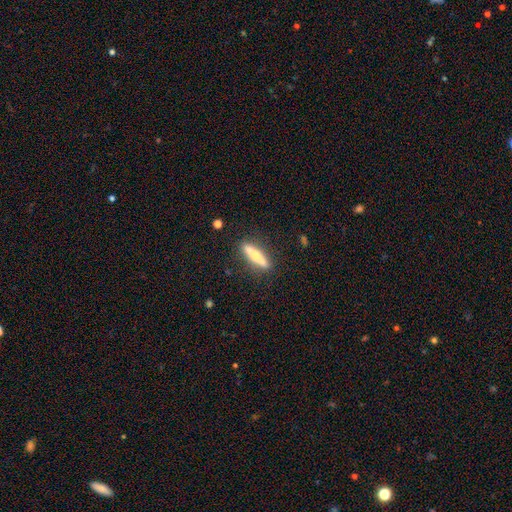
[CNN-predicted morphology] Overall: featured or disk (55%; smooth 39%). Edge-on disk: yes (94%). Edge-on bulge: rounded (88%). Merging: none (87%).